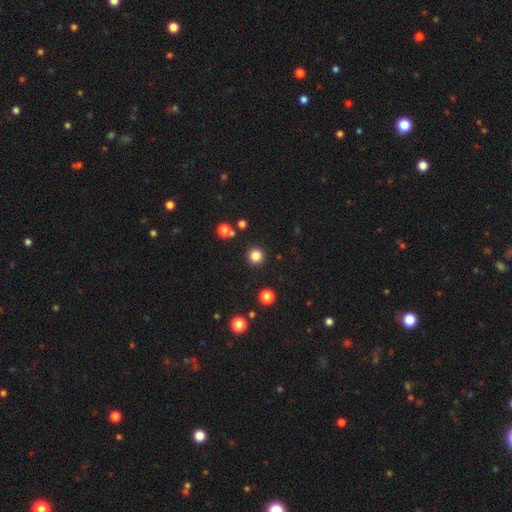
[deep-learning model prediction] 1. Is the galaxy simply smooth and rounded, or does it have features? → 83% smooth, 13% star or artifact, 4% featured or disk.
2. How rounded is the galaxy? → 96% round, 4% in between, 1% cigar-shaped.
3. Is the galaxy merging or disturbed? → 91% none, 5% minor disturbance, 2% merger, 2% major disturbance.